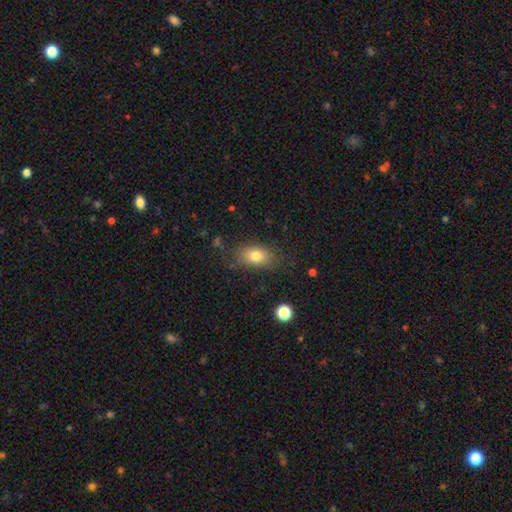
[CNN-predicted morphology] Smooth or featured? Predicted: smooth (p=0.78). How rounded? Predicted: in between (p=0.82). Merging? Predicted: none (p=0.77).